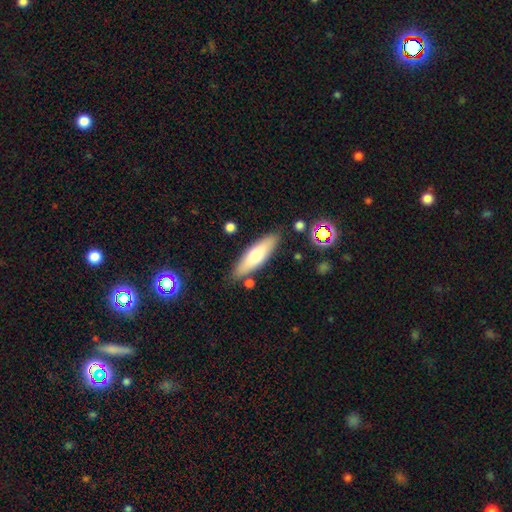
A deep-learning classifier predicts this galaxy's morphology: type=smooth (63%); roundness=cigar-shaped (56%); merging=none (84%).